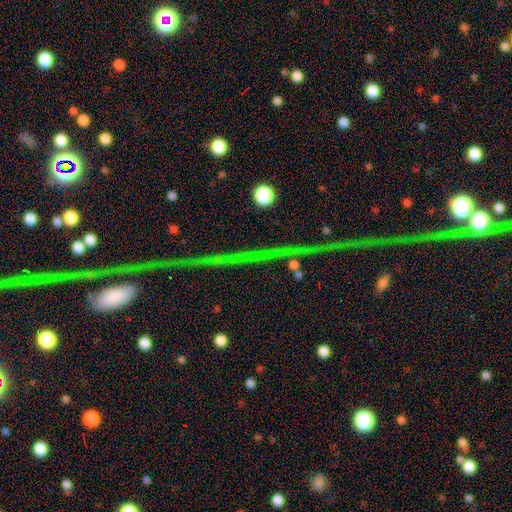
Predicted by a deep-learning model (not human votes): This appears to be a star or artifact, not a galaxy (70%).